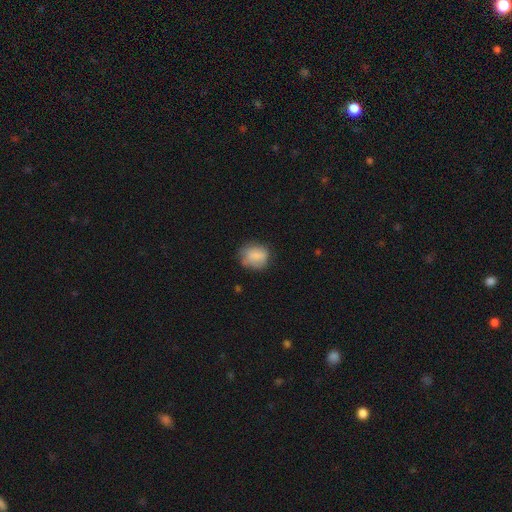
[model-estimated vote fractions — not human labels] Smooth or featured? Predicted: smooth (p=0.81). How rounded? Predicted: round (p=0.63). Merging? Predicted: none (p=0.64).